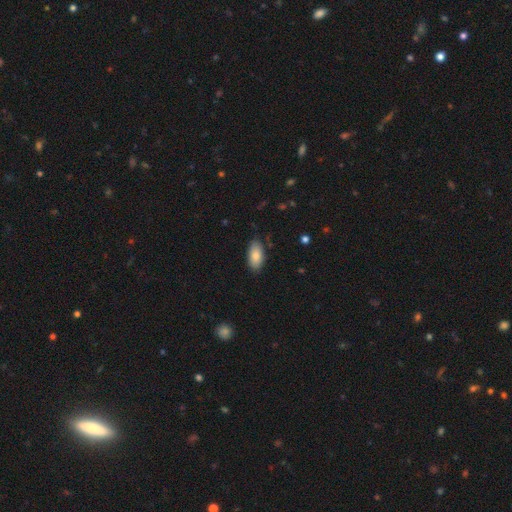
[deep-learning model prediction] Q: Smooth or featured?
A: smooth (82%); runner-up: featured or disk (11%)
Q: How rounded?
A: in between (93%); runner-up: cigar-shaped (5%)
Q: Merging?
A: none (83%); runner-up: minor disturbance (13%)